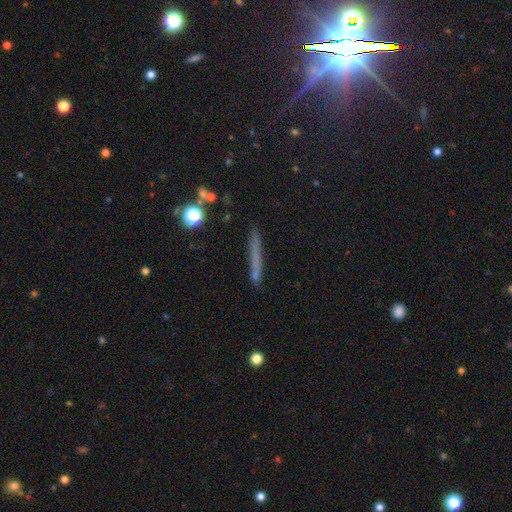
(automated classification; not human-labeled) This appears to be a smooth galaxy with no disk features (59%) that is cigar-shaped (94%). Merging: none (85%).